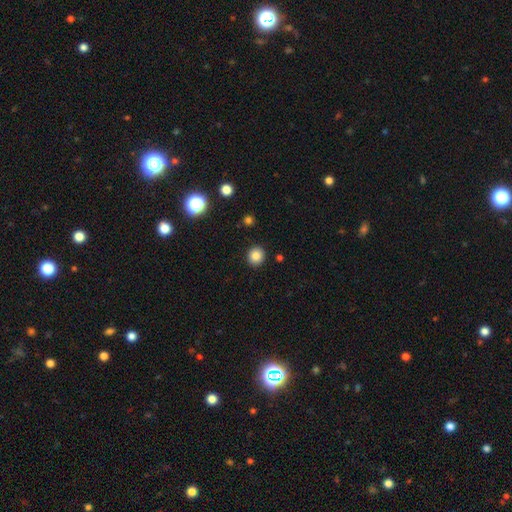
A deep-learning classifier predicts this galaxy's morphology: smooth_or_featured: smooth (p=0.84) [alt: star or artifact p=0.11]
how_rounded: round (p=0.89) [alt: in between p=0.10]
merging: none (p=0.91) [alt: minor disturbance p=0.05]